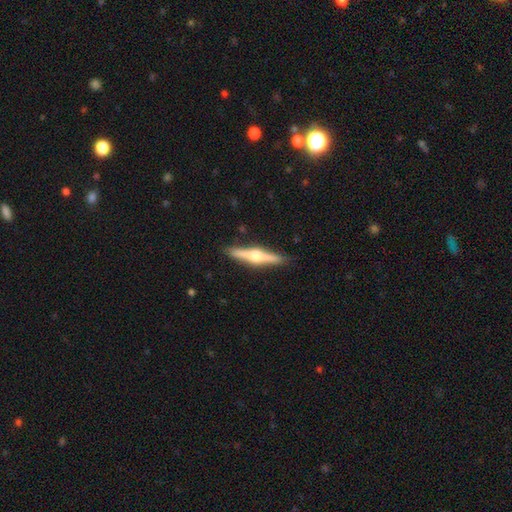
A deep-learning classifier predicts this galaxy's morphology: featured or disk 72%, smooth 23%, star or artifact 5%. Down the decision tree: edge-on disk — yes (98%); edge-on bulge — rounded (94%); merging — none (90%).